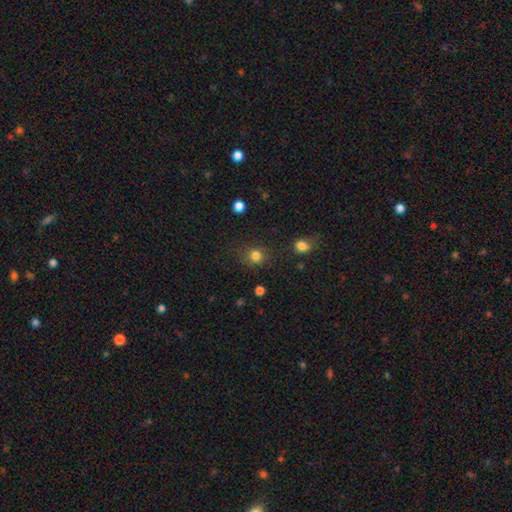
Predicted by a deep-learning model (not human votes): This appears to be a smooth galaxy with no disk features (82%) that is round (83%). Merging: none (79%).